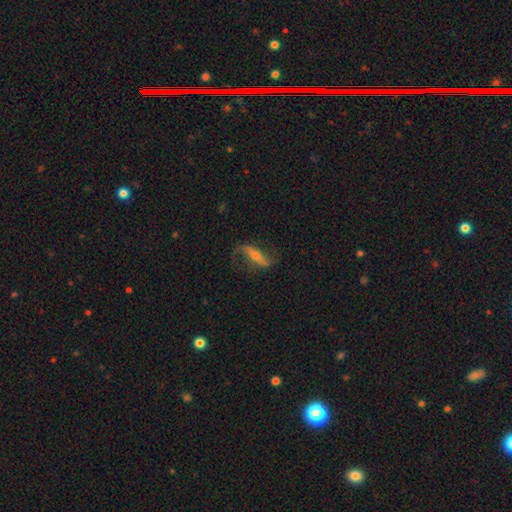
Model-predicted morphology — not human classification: type=featured or disk (77%); edge-on=no (79%); bar=strong (55%); spiral arms=yes (91%); winding=loose (75%); arm count=2 (88%); bulge=small (51%); merging=none (70%).